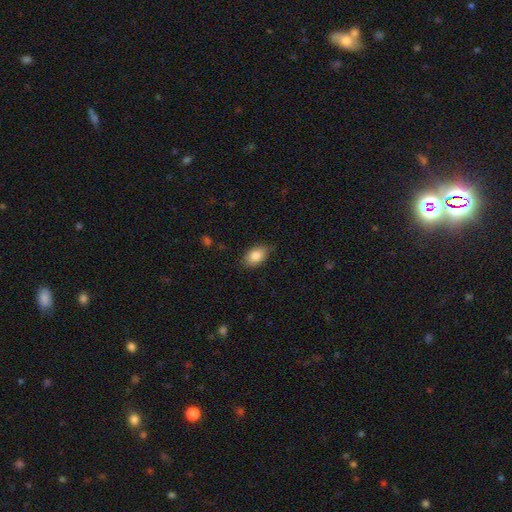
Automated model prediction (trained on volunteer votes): Smooth or featured? smooth (84%)
How rounded? in between (88%)
Merging? none (80%)